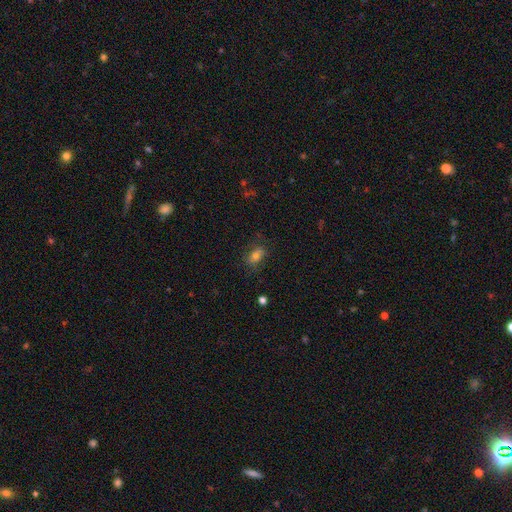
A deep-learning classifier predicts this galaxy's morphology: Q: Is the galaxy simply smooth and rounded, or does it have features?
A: smooth — 71%.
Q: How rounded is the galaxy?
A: in between — 83%.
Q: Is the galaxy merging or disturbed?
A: none — 74%.